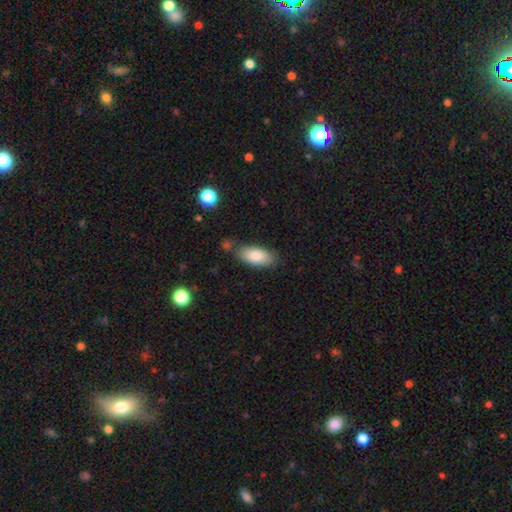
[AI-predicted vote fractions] Smooth or featured? smooth (82%)
How rounded? in between (89%)
Merging? none (72%)